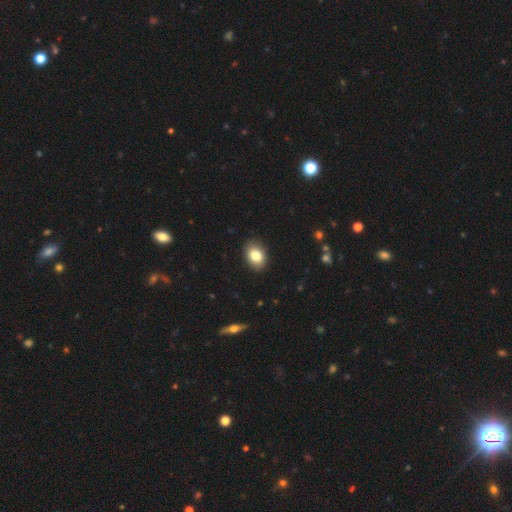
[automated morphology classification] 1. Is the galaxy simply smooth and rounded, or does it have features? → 83% smooth, 9% featured or disk, 8% star or artifact.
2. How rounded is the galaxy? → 78% in between, 21% round, 1% cigar-shaped.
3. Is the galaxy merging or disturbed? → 89% none, 8% minor disturbance, 2% major disturbance, 1% merger.